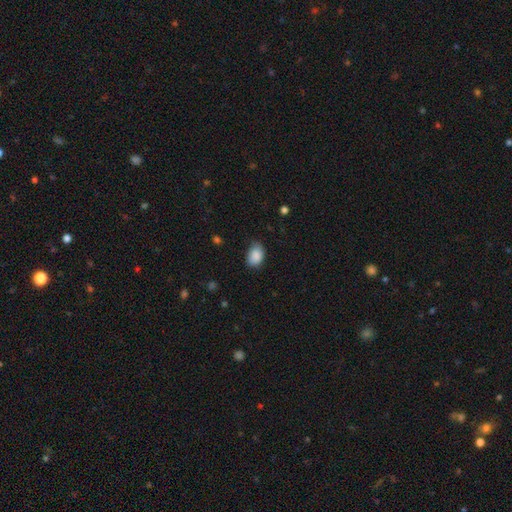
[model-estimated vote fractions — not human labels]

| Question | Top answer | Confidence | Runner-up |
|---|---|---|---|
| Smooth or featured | smooth | 88% | star or artifact (7%) |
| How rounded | in between | 83% | round (16%) |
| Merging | none | 69% | minor disturbance (26%) |